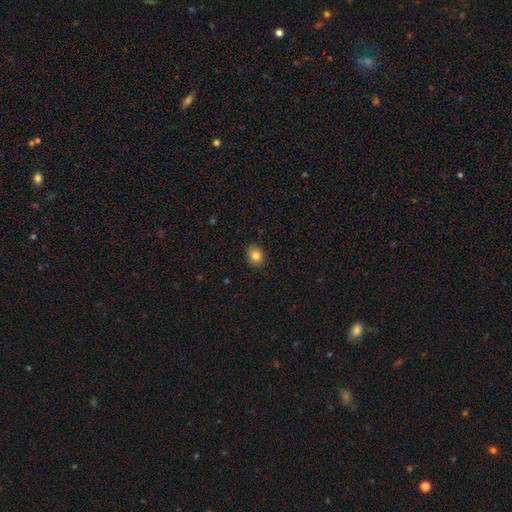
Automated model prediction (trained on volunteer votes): The model was most divided on "how rounded": round: 59%, in between: 40%, cigar-shaped: 1%. More confident: merging — none (89%); smooth or featured — smooth (82%).